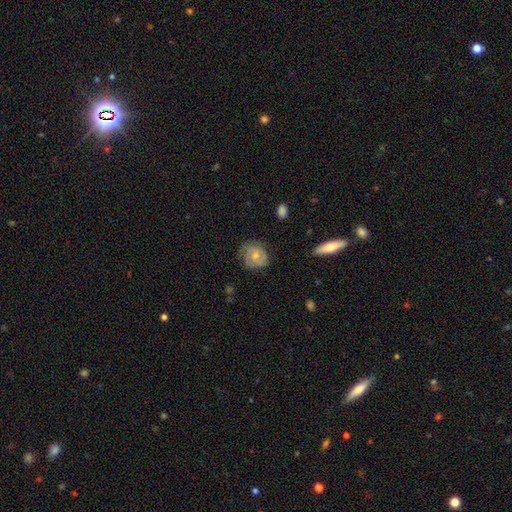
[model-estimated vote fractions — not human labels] Smooth or featured?
  - featured or disk: 58% *
  - smooth: 35%
  - star or artifact: 7%
Edge-on disk?
  - no: 97% *
  - yes: 3%
Bar?
  - no: 73% *
  - weak: 24%
  - strong: 4%
Spiral arms?
  - yes: 86% *
  - no: 14%
Bulge size?
  - small: 49% *
  - moderate: 45%
  - none: 3%
  - large: 2%
  - dominant: 1%
Merging?
  - none: 65% *
  - minor disturbance: 25%
  - major disturbance: 8%
  - merger: 1%